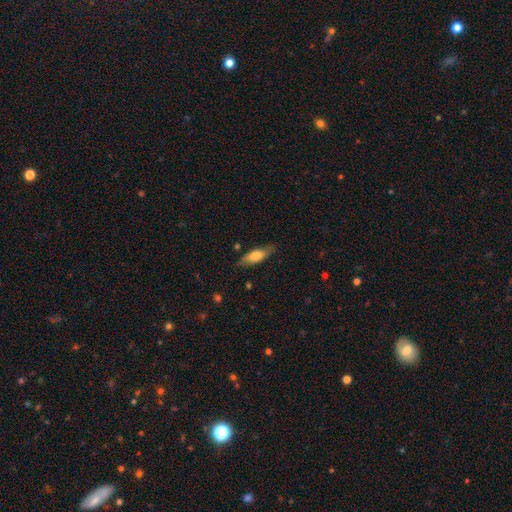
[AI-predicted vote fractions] Smooth or featured?
  - smooth: 68% *
  - featured or disk: 25%
  - star or artifact: 6%
How rounded?
  - in between: 54% *
  - cigar-shaped: 44%
  - round: 2%
Merging?
  - none: 80% *
  - minor disturbance: 15%
  - major disturbance: 3%
  - merger: 1%